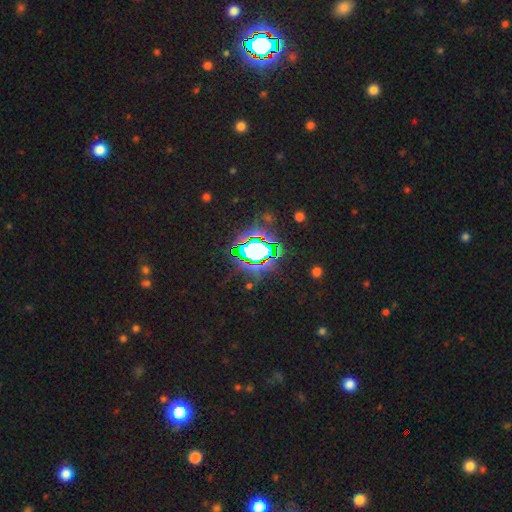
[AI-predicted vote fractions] Smooth or featured?
  - star or artifact: 70% *
  - smooth: 18%
  - featured or disk: 13%